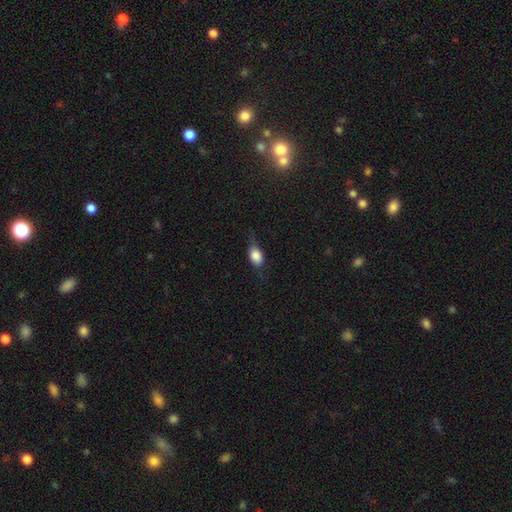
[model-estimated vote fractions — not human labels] A smooth galaxy with no disk features (80%) that is in between round and cigar-shaped (78%).

Vote fractions:
- Smooth or featured? smooth: 80% / featured or disk: 12% / star or artifact: 8%
- How rounded? in between: 78% / round: 18% / cigar-shaped: 4%
- Merging? none: 52% / minor disturbance: 34% / major disturbance: 13% / merger: 2%